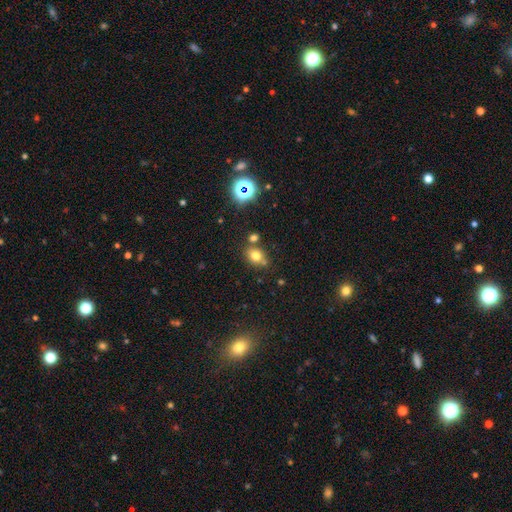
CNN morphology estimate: This appears to be a smooth galaxy with no disk features (73%) that is in between round and cigar-shaped (57%). Merging: none (66%).